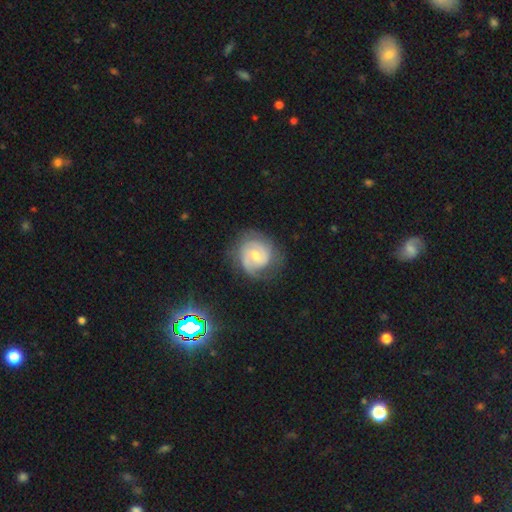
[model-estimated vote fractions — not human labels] Smooth or featured? Predicted: featured or disk (p=0.80). Edge-on disk? Predicted: no (p=0.98). Bar? Predicted: weak (p=0.50). Spiral arms? Predicted: yes (p=0.95). Spiral winding? Predicted: tight (p=0.55). Spiral arm count? Predicted: 2 (p=0.65). Bulge size? Predicted: moderate (p=0.49). Merging? Predicted: none (p=0.70).